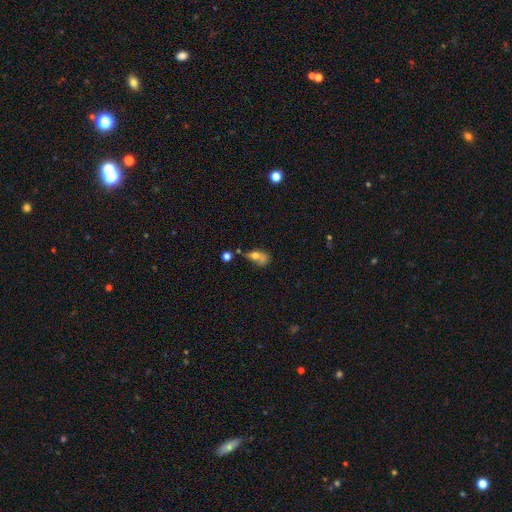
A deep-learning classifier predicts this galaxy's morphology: smooth-or-featured: smooth: 61% | featured or disk: 26% | star or artifact: 13%
  how-rounded: in between: 66% | round: 25% | cigar-shaped: 9%
  merging: major disturbance: 28% | merger: 26% | none: 24% | minor disturbance: 22%